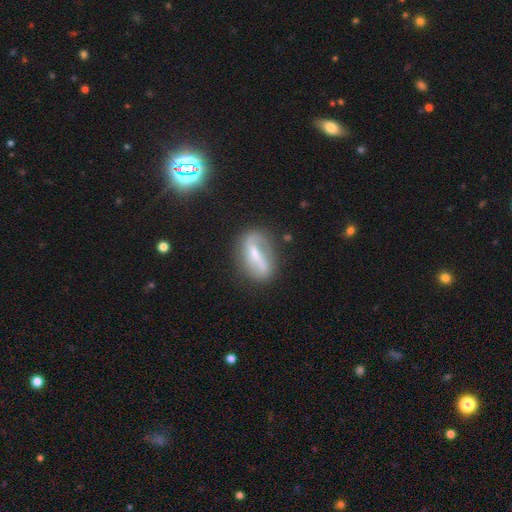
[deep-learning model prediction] Overall: featured or disk (67%). Edge-on disk: no (87%). Bar: strong (55%; weak 28%). Spiral arms: yes (71%). Bulge size: small (50%; moderate 34%). Merging: none (68%).